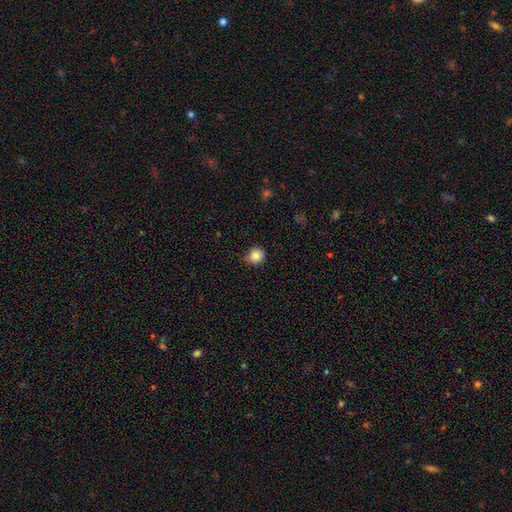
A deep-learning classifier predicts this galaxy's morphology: This is clearly a smooth galaxy (86%). How rounded: clearly round (90%). Merging: likely none (79%).